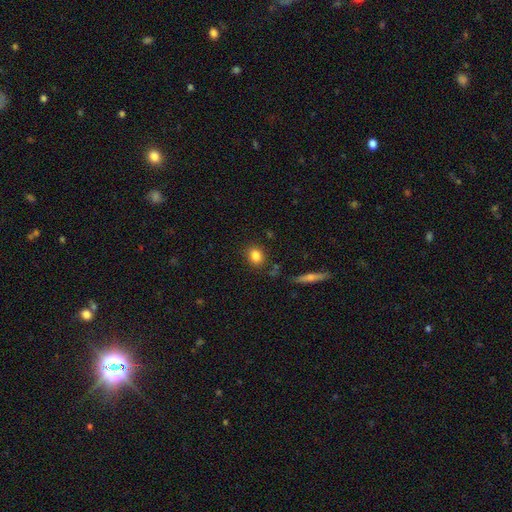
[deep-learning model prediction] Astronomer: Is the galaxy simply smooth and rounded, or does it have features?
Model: smooth — 84%.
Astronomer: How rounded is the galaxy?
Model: round — 55% (runner-up: in between, 43%).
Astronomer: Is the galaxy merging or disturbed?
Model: none — 83%.